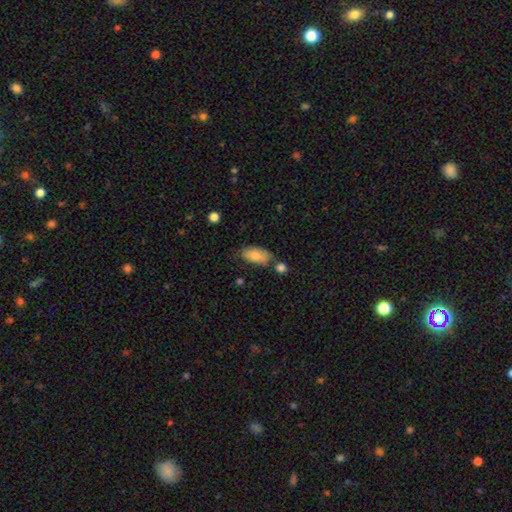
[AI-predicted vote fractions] smooth 81%, featured or disk 13%, star or artifact 6%. Down the decision tree: how rounded — in between (92%); merging — none (59%).